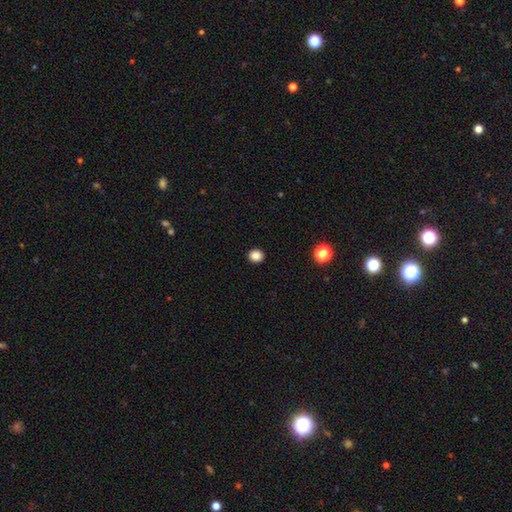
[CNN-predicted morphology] This appears to be a smooth galaxy with no disk features (85%) that is round (82%). Merging: none (93%).